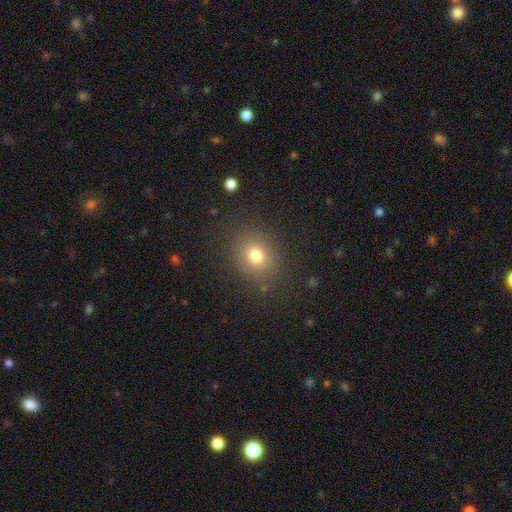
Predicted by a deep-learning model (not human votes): This appears to be a smooth galaxy with no disk features (75%) that is round (73%). Merging: none (85%).